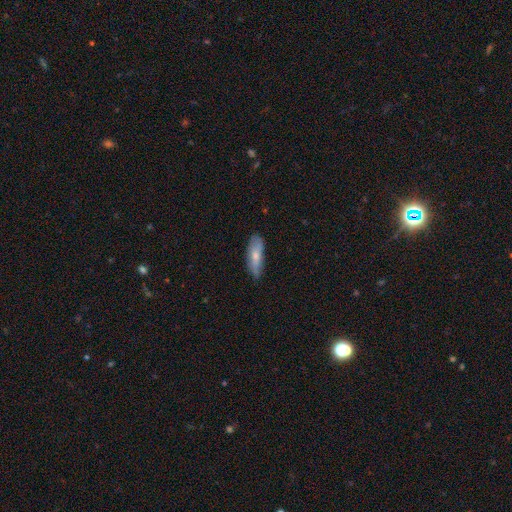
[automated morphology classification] This is likely a smooth galaxy (66%). How rounded: possibly in between (56%). Merging: likely none (70%).